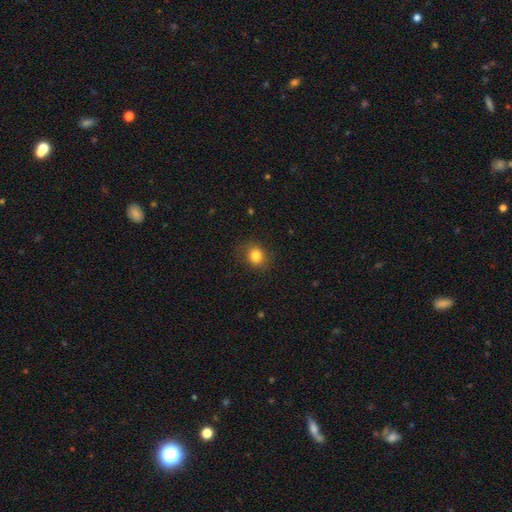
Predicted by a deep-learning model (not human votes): Morphology: type=smooth (83%); roundness=round (69%); merging=none (81%).